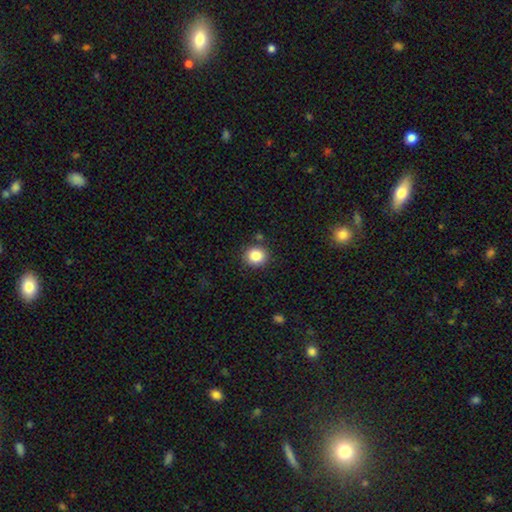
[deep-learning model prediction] The model was most divided on "smooth or featured": smooth: 85%, star or artifact: 10%, featured or disk: 5%. More confident: how rounded — round (89%); merging — none (87%).